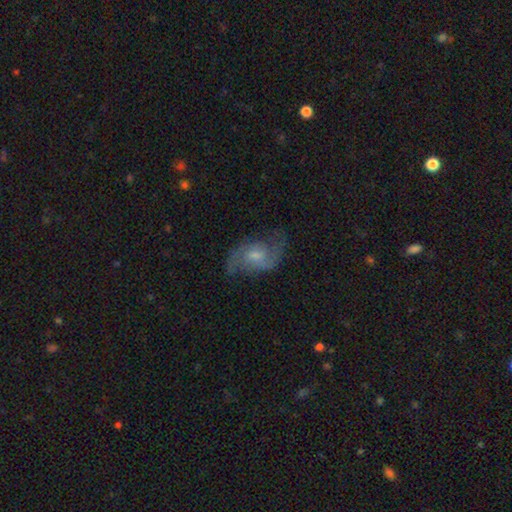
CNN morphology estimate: This appears to be a featured or disk galaxy (78%) with no bar (55%), 2 (89%) medium (44%, tied with loose) spiral arms (93%) and a small central bulge (49%). Merging: none (71%).